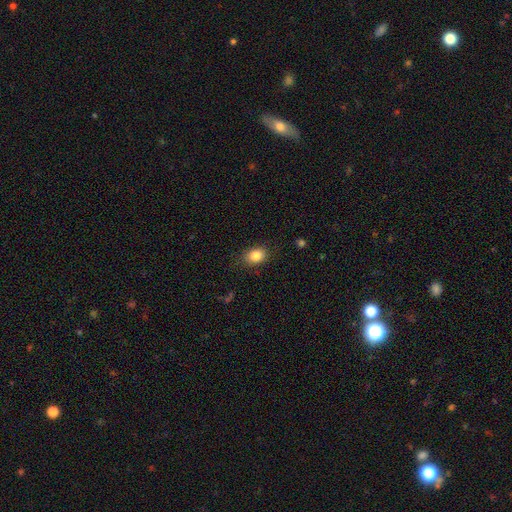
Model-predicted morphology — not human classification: Q: Smooth or featured?
A: smooth (84%); runner-up: star or artifact (10%)
Q: How rounded?
A: in between (67%); runner-up: round (32%)
Q: Merging?
A: none (83%); runner-up: minor disturbance (13%)